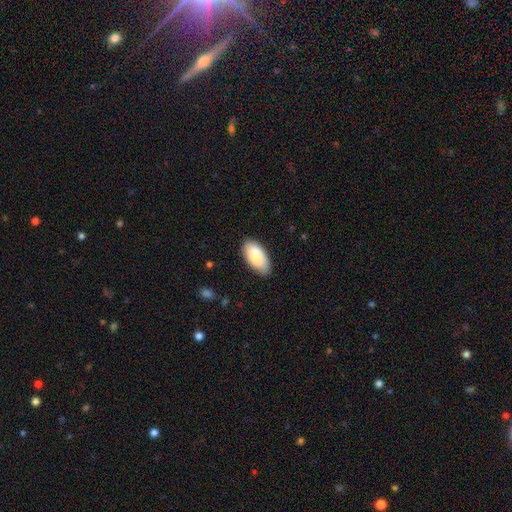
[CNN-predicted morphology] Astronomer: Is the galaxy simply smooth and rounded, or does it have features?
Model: smooth — 86%.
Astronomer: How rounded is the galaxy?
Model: in between — 94%.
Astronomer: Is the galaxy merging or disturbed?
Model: none — 83%.